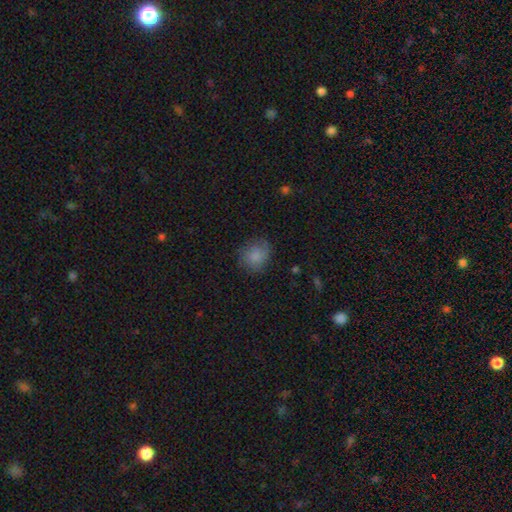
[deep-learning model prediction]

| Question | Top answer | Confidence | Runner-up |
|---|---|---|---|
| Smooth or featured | smooth | 79% | featured or disk (12%) |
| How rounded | round | 75% | in between (24%) |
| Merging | none | 73% | minor disturbance (20%) |